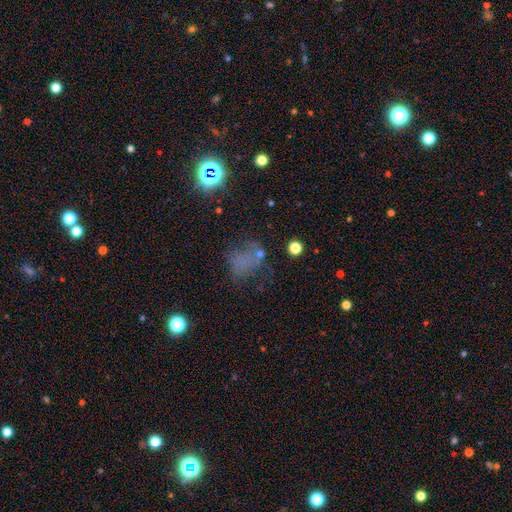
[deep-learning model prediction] Smooth or featured?
  - smooth: 49% *
  - star or artifact: 26%
  - featured or disk: 25%
Merging?
  - none: 39% *
  - major disturbance: 31%
  - minor disturbance: 20%
  - merger: 10%